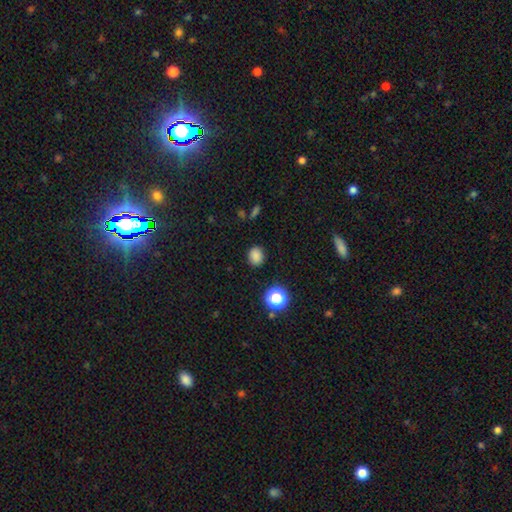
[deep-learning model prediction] Morphology: type=smooth (82%); roundness=round (55%); merging=none (86%).